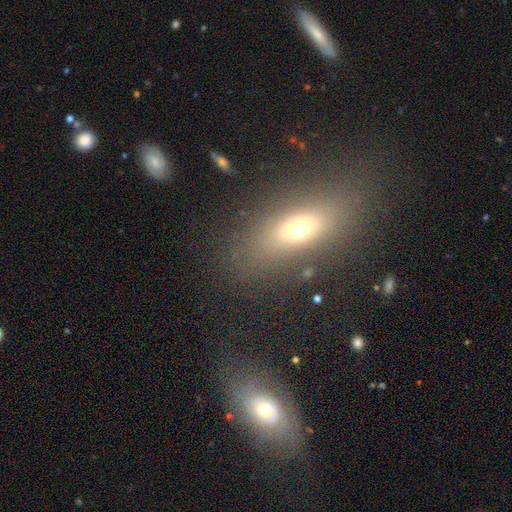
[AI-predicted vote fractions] Morphology: type=smooth (59%); roundness=in between (66%); merging=none (76%).